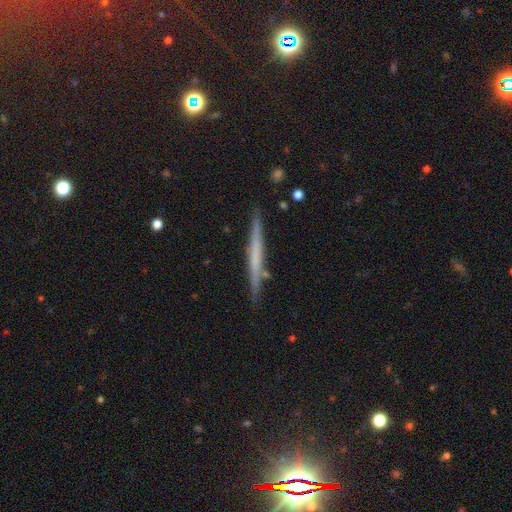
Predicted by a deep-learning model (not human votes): Smooth or featured: featured or disk — 54% (smooth — 40%)
Edge-on disk: yes — 97% (no — 3%)
Edge-on bulge: none — 82% (rounded — 11%)
Merging: none — 87% (minor disturbance — 9%)